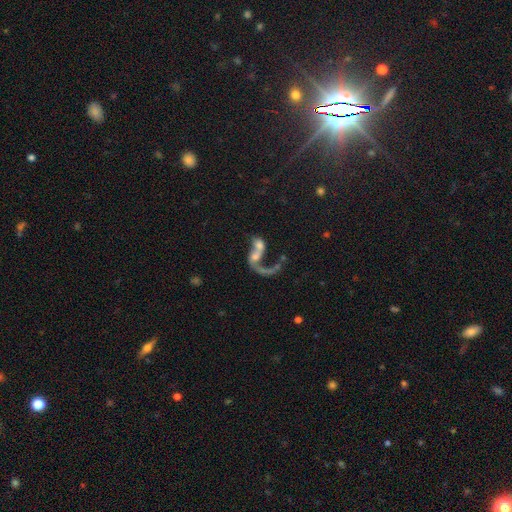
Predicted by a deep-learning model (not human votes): A featured or disk galaxy (61%) with no bar (68%), spiral arms (63%) and a moderate central bulge (33%). Merging: merger (64%).